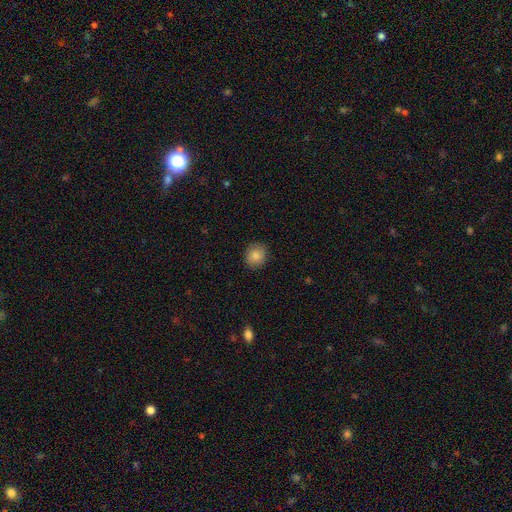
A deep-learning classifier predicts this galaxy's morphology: smooth-or-featured: smooth: 85% | star or artifact: 9% | featured or disk: 6%
  how-rounded: round: 82% | in between: 17% | cigar-shaped: 1%
  merging: none: 88% | minor disturbance: 8% | major disturbance: 2% | merger: 1%